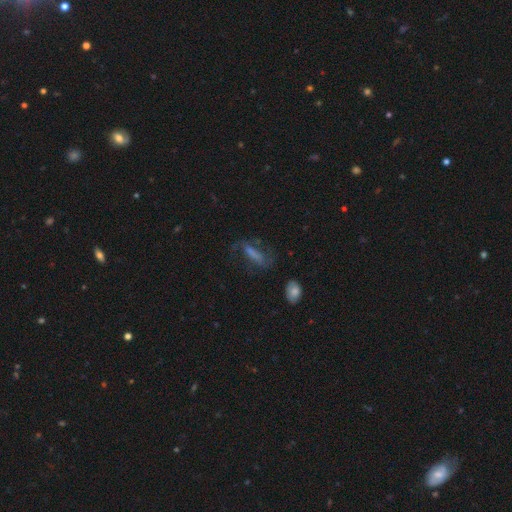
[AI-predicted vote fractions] Smooth or featured? featured or disk (46%)
Merging? none (58%)